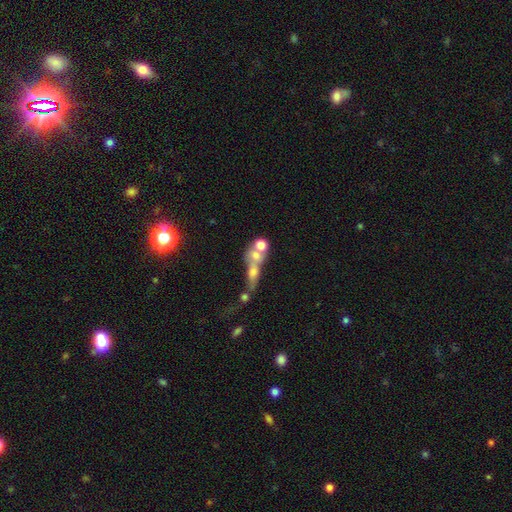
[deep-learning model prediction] A smooth galaxy with no disk features (53%) that is round (49%).

Vote fractions:
- Smooth or featured? smooth: 53% / featured or disk: 33% / star or artifact: 15%
- How rounded? round: 49% / in between: 38% / cigar-shaped: 13%
- Merging? merger: 61% / none: 21% / major disturbance: 10% / minor disturbance: 7%